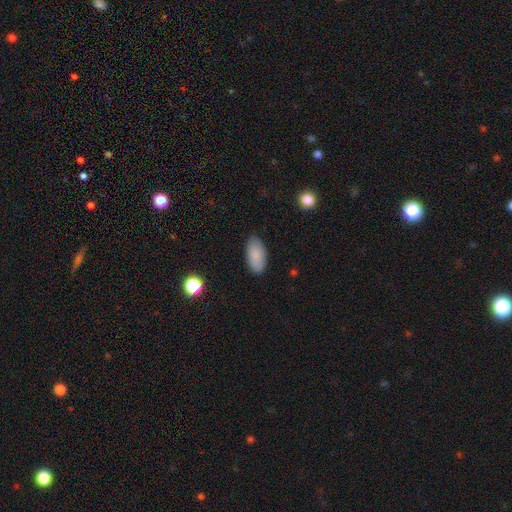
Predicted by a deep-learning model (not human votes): The model was most divided on "merging": none: 83%, minor disturbance: 13%, major disturbance: 3%, merger: 1%. More confident: how rounded — in between (94%); smooth or featured — smooth (86%).